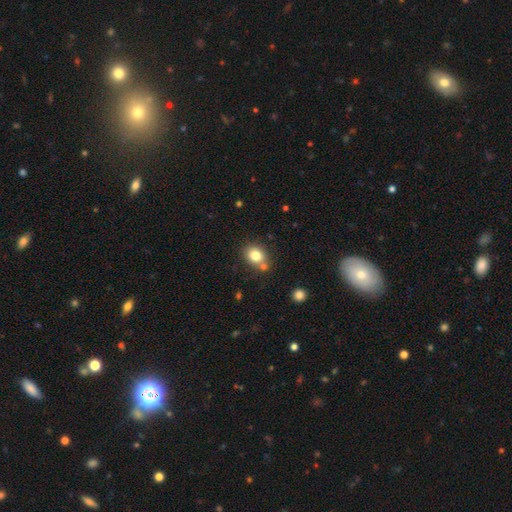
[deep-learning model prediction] Smooth or featured? smooth (80%)
How rounded? round (53%)
Merging? none (67%)